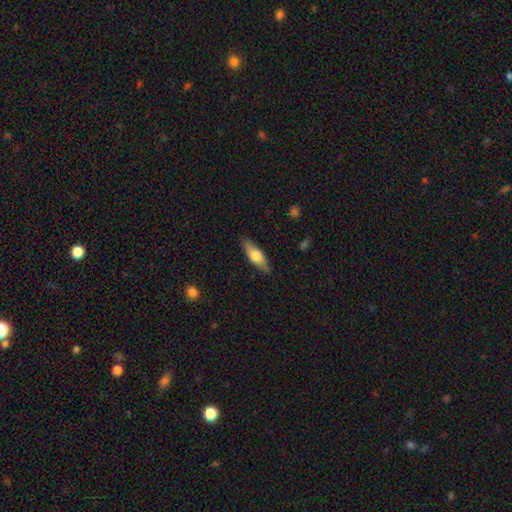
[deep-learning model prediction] smooth_or_featured: smooth (p=0.62) [alt: featured or disk p=0.32]
how_rounded: in between (p=0.56) [alt: cigar-shaped p=0.42]
merging: none (p=0.86) [alt: minor disturbance p=0.11]